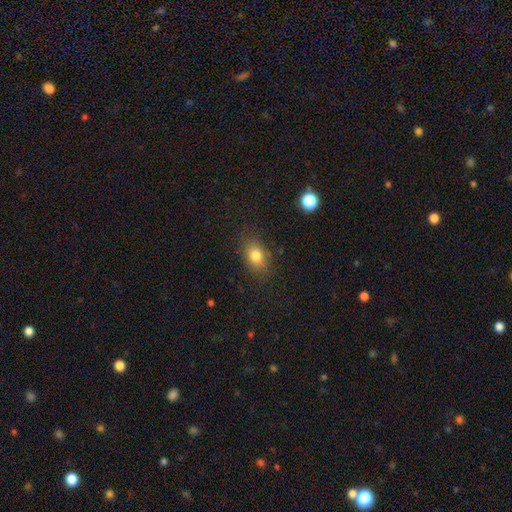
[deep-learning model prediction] Smooth or featured? smooth (79%)
How rounded? in between (73%)
Merging? none (82%)